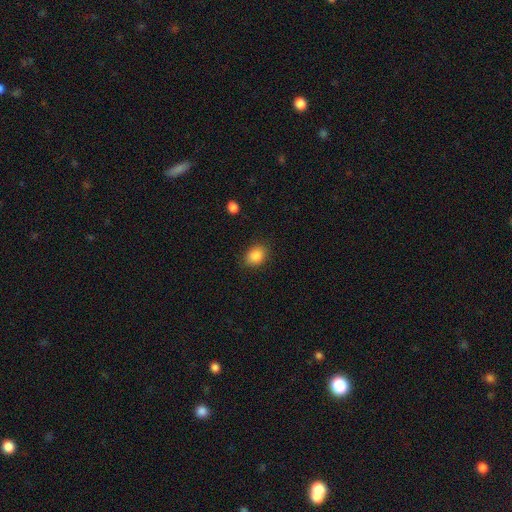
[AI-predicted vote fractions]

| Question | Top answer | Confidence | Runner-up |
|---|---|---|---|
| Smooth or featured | smooth | 86% | star or artifact (9%) |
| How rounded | in between | 62% | round (37%) |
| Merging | none | 85% | minor disturbance (11%) |